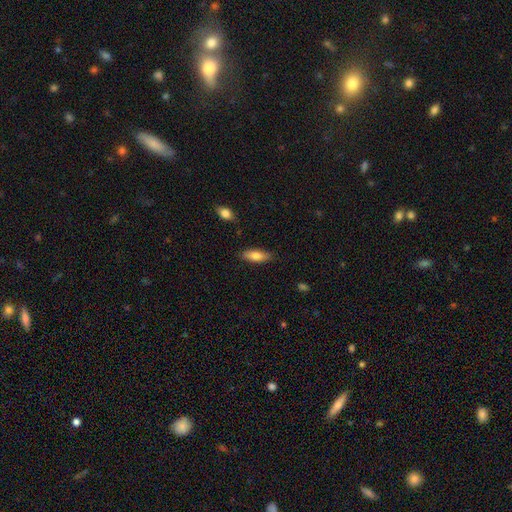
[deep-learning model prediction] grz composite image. It shows a smooth galaxy with no disk features (80%) that is in between round and cigar-shaped (66%). Merging: none (83%).